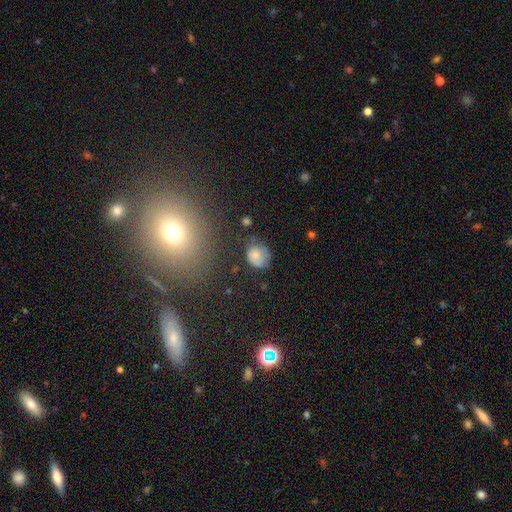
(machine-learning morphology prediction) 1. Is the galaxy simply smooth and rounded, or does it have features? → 72% smooth, 18% featured or disk, 11% star or artifact.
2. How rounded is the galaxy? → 71% round, 28% in between, 1% cigar-shaped.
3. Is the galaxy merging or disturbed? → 56% none, 30% minor disturbance, 11% major disturbance, 3% merger.